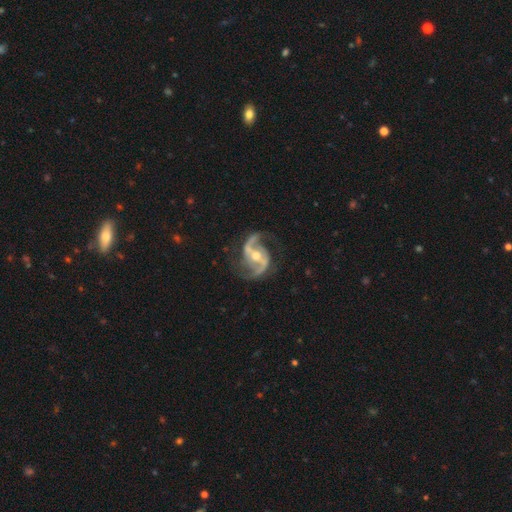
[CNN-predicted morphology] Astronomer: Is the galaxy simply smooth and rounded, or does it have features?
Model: featured or disk — 92%.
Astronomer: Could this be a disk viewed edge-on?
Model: no — 98%.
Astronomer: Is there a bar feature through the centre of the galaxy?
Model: weak — 38% (runner-up: strong, 37%).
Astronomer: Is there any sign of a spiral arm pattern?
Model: yes — 98%.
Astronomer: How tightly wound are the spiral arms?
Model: medium — 52% (runner-up: loose, 37%).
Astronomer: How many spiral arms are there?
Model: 2 — 92%.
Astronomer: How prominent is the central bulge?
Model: moderate — 66%.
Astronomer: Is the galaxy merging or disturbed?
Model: none — 74%.